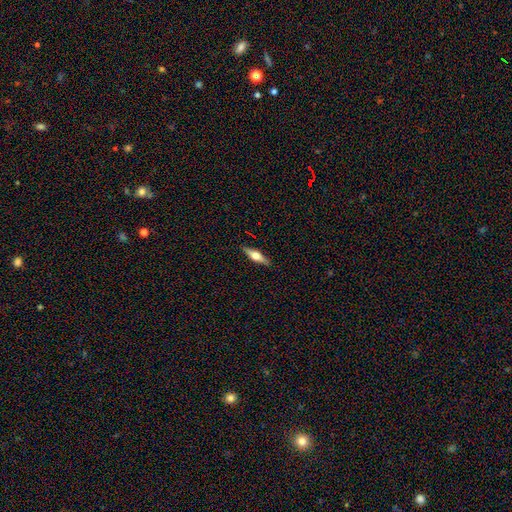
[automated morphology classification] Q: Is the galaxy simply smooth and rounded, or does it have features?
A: featured or disk — 56%.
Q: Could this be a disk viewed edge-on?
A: yes — 95%.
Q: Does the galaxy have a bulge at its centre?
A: rounded — 92%.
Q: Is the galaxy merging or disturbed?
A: none — 89%.